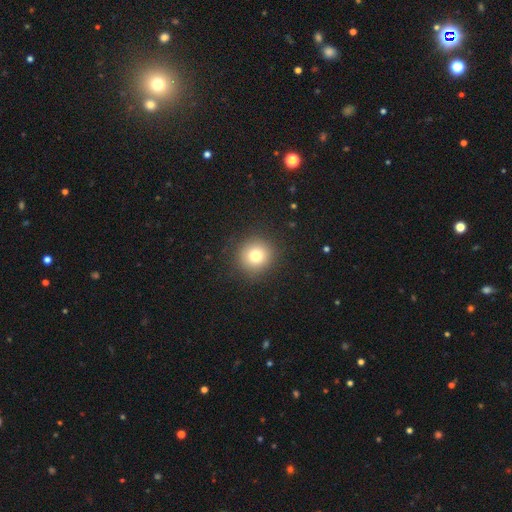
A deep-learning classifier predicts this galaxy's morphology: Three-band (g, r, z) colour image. It shows a smooth galaxy with no disk features (78%) that is round (92%). Merging: none (89%).